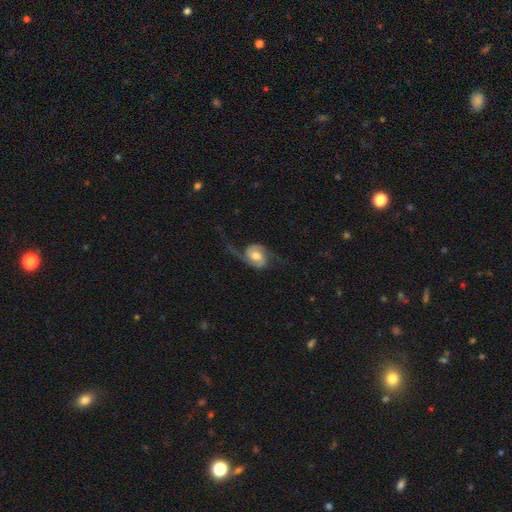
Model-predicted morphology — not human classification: smooth_or_featured: featured or disk (p=0.81) [alt: smooth p=0.13]
disk_edge_on: no (p=0.97) [alt: yes p=0.03]
bar: no (p=0.48) [alt: weak p=0.40]
has_spiral_arms: yes (p=0.95) [alt: no p=0.05]
spiral_winding: loose (p=0.59) [alt: medium p=0.31]
spiral_arm_count: 2 (p=0.89) [alt: 1 p=0.05]
bulge_size: moderate (p=0.61) [alt: large p=0.21]
merging: none (p=0.55) [alt: major disturbance p=0.26]